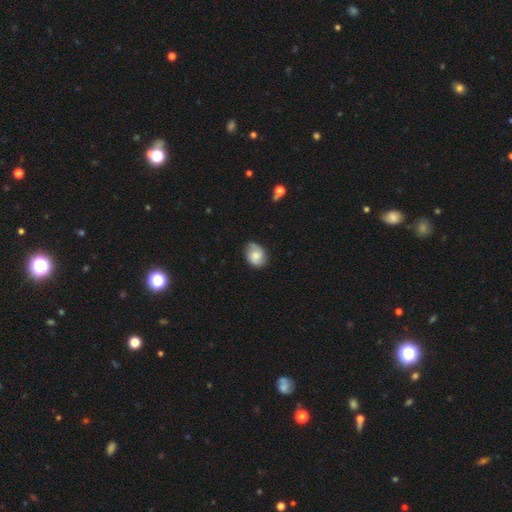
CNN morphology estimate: Smooth or featured? Predicted: smooth (p=0.56). How rounded? Predicted: in between (p=0.59). Merging? Predicted: none (p=0.70).